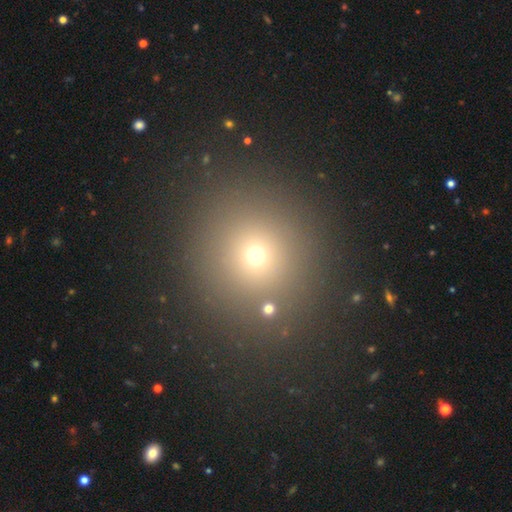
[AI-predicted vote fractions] Smooth or featured? Predicted: smooth (p=0.65). How rounded? Predicted: round (p=0.90). Merging? Predicted: none (p=0.85).